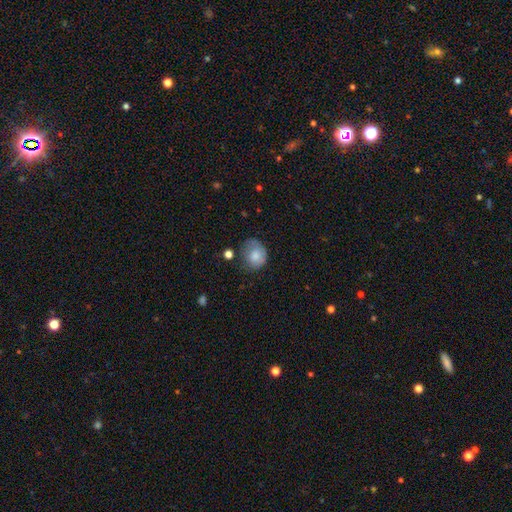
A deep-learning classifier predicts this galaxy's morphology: smooth 78%, featured or disk 13%, star or artifact 8%. Down the decision tree: how rounded — round (62%); merging — none (45%).